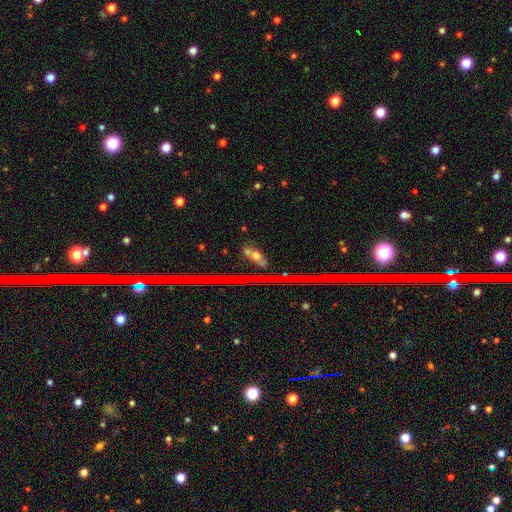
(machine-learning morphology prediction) A smooth galaxy with no disk features (45%).

Vote fractions:
- Smooth or featured? smooth: 45% / featured or disk: 28% / star or artifact: 26%
- Merging? none: 68% / minor disturbance: 18% / merger: 7% / major disturbance: 7%